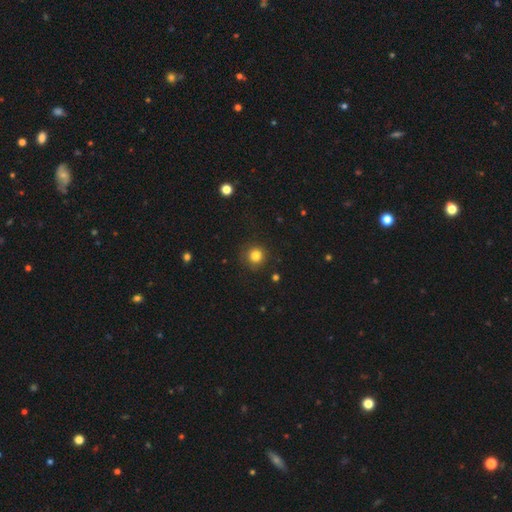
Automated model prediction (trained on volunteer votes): Smooth or featured?
  - smooth: 82% *
  - star or artifact: 13%
  - featured or disk: 5%
How rounded?
  - round: 94% *
  - in between: 5%
  - cigar-shaped: 1%
Merging?
  - none: 88% *
  - minor disturbance: 8%
  - major disturbance: 3%
  - merger: 1%